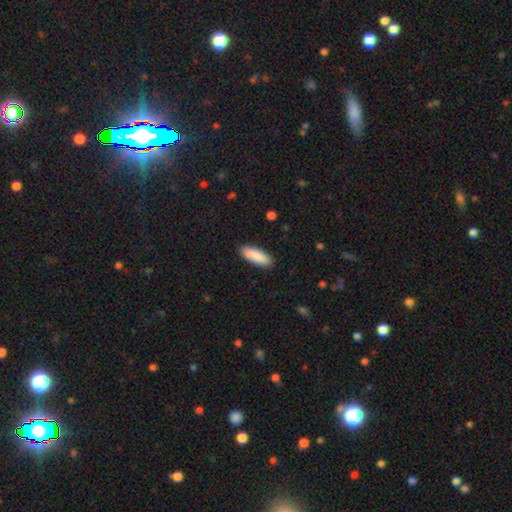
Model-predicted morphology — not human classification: This is clearly a smooth galaxy (89%). How rounded: likely in between (63%). Merging: clearly none (88%).